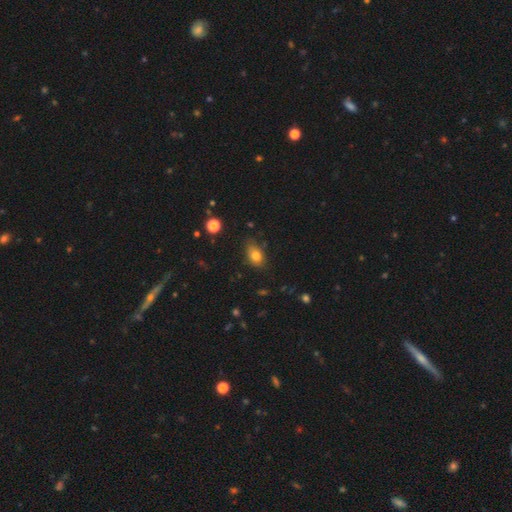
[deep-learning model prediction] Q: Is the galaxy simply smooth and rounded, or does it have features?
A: smooth — 79%.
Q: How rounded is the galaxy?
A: in between — 78%.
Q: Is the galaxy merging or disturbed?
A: none — 72%.